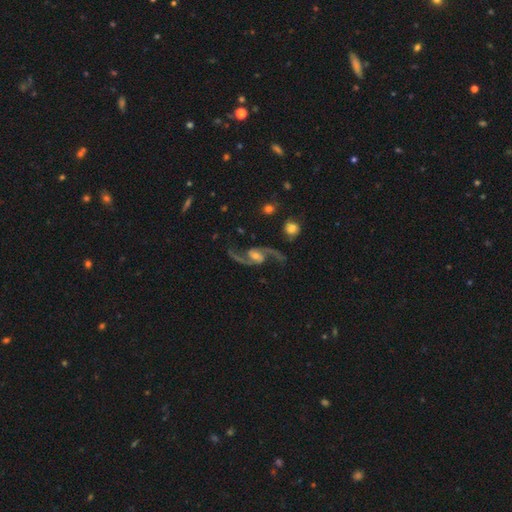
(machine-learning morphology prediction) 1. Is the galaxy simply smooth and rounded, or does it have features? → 92% featured or disk, 5% star or artifact, 3% smooth.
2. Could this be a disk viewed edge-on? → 97% no, 3% yes.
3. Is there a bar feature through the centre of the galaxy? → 42% weak (tied), 42% no (tied), 17% strong.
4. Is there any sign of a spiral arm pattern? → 98% yes, 2% no.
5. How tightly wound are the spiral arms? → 69% loose, 26% medium, 5% tight.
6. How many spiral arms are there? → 95% 2, 1% 1, 1% can't tell, 1% 3, 1% 4, 1% more than 4.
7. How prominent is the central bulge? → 47% moderate, 43% small, 5% large, 3% none, 1% dominant.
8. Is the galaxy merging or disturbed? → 78% none, 12% minor disturbance, 7% major disturbance, 3% merger.